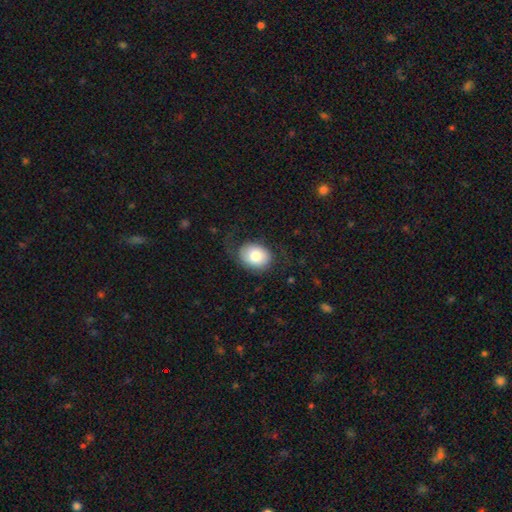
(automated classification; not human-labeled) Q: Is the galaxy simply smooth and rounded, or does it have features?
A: smooth — 71%.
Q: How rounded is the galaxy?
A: in between — 51%.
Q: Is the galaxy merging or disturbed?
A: none — 63%.